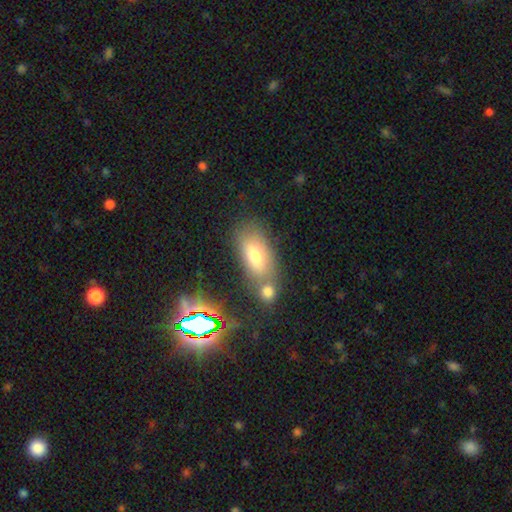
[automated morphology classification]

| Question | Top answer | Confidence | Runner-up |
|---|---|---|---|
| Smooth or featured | smooth | 66% | star or artifact (17%) |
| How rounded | in between | 86% | cigar-shaped (8%) |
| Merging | none | 55% | merger (26%) |